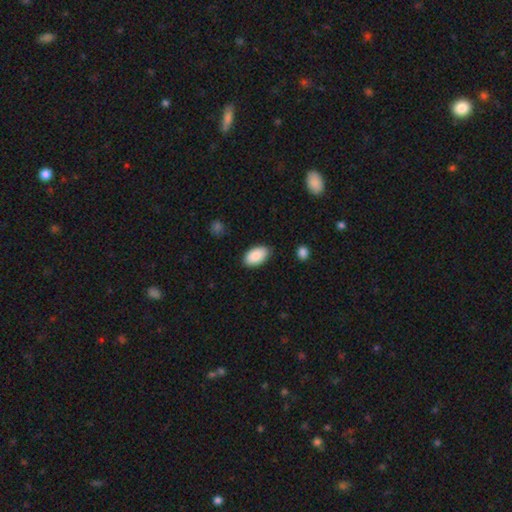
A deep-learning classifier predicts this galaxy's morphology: Smooth or featured?
  - smooth: 88% *
  - featured or disk: 6%
  - star or artifact: 6%
How rounded?
  - in between: 95% *
  - round: 4%
  - cigar-shaped: 1%
Merging?
  - none: 84% *
  - minor disturbance: 12%
  - major disturbance: 2%
  - merger: 1%